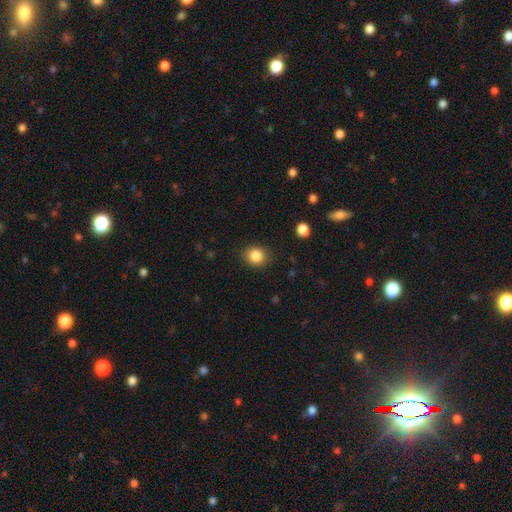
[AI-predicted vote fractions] A smooth galaxy with no disk features (86%) that is round (73%).

Vote fractions:
- Smooth or featured? smooth: 86% / star or artifact: 10% / featured or disk: 5%
- How rounded? round: 73% / in between: 26% / cigar-shaped: 1%
- Merging? none: 86% / minor disturbance: 10% / major disturbance: 3% / merger: 1%